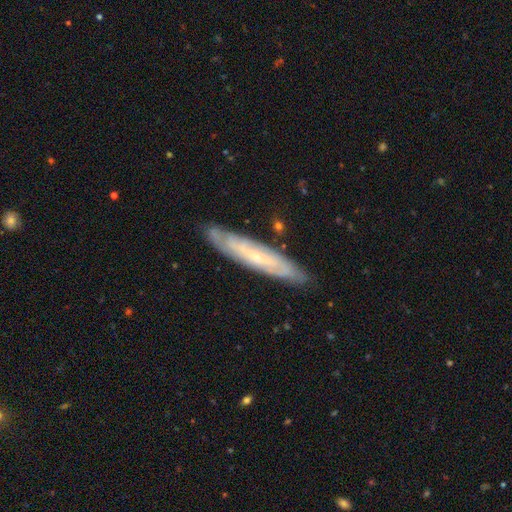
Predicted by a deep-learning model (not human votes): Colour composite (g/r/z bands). It shows a featured or disk galaxy (67%) with not edge-on (50%, tied with yes). Merging: none (83%).